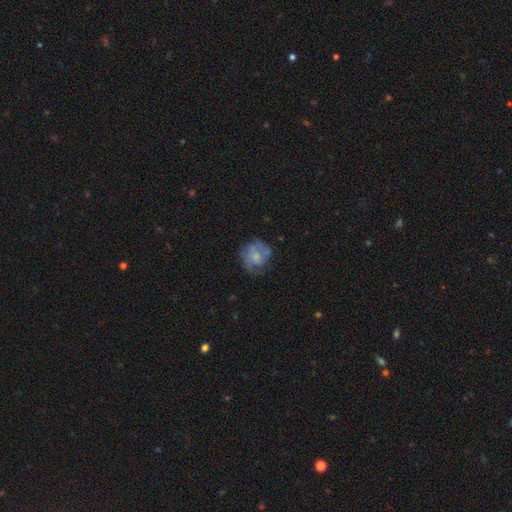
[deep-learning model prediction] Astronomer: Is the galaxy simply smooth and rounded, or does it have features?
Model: smooth — 46%, tied with featured or disk at 46%.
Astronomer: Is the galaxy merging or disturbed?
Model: none — 56%.